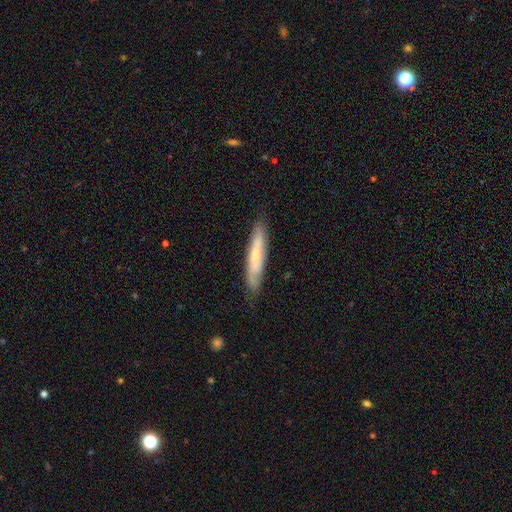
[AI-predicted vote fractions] Morphology: type=smooth (53%); roundness=cigar-shaped (90%); merging=none (76%).